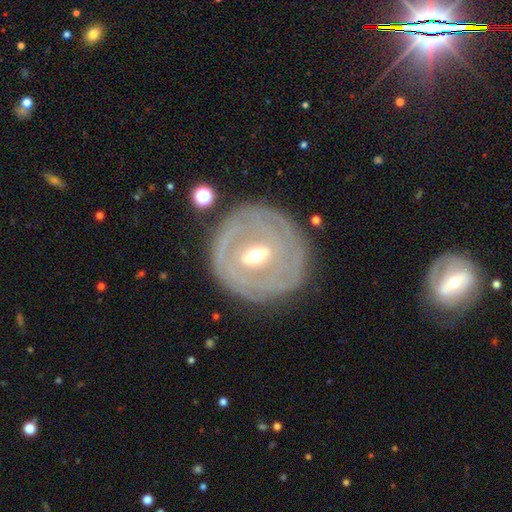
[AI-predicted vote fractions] A featured or disk galaxy (78%) with a weak bar (47%), spiral arms (68%) and a moderate central bulge (60%). Merging: none (79%).